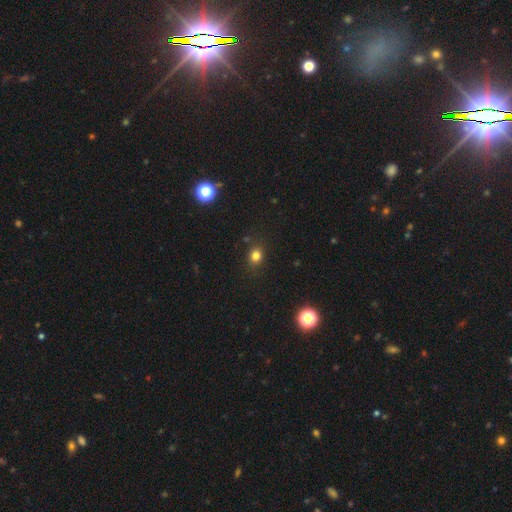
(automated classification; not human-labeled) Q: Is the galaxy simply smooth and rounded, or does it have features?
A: smooth — 79%.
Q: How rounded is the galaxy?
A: round — 65%.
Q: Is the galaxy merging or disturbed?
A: none — 85%.